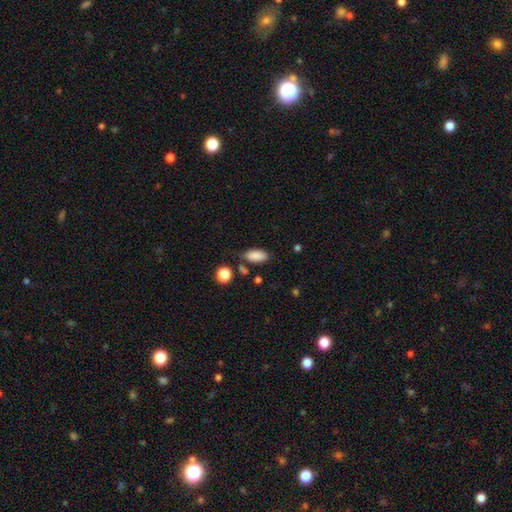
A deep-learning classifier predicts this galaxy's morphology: A smooth galaxy with no disk features (87%) that is in between round and cigar-shaped (90%). Merging: none (72%).